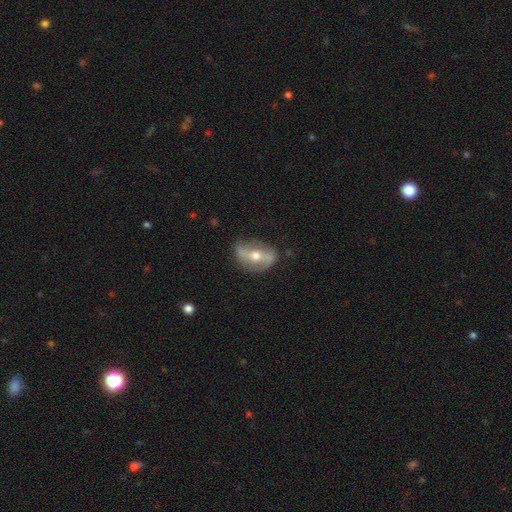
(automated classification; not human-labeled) This appears to be a featured or disk galaxy (78%) with a strong bar (38%), 2 (86%) loose (53%) spiral arms (84%) and a moderate central bulge (70%). Merging: none (71%).